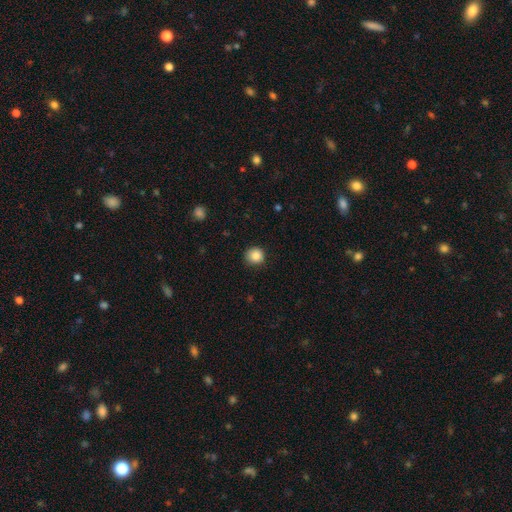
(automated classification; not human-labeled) smooth 86%, star or artifact 10%, featured or disk 4%. Down the decision tree: how rounded — round (91%); merging — none (86%).